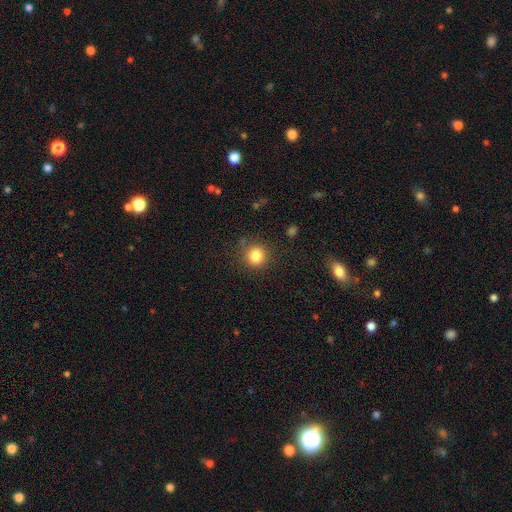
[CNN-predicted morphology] smooth-or-featured: smooth: 83% | star or artifact: 11% | featured or disk: 5%
  how-rounded: round: 89% | in between: 10% | cigar-shaped: 1%
  merging: none: 84% | minor disturbance: 10% | major disturbance: 4% | merger: 2%